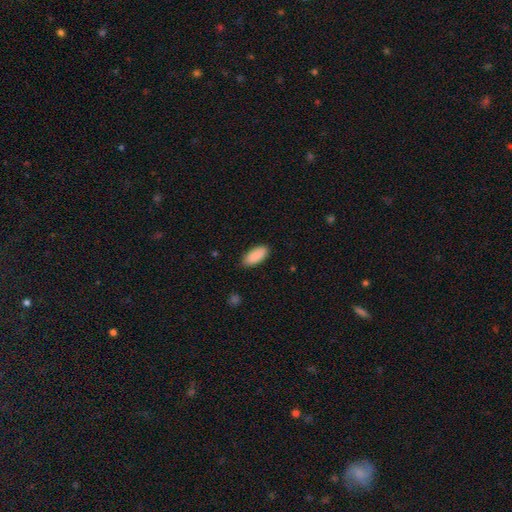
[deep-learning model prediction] smooth-or-featured: smooth: 91% | star or artifact: 6% | featured or disk: 4%
  how-rounded: in between: 90% | cigar-shaped: 8% | round: 2%
  merging: none: 87% | minor disturbance: 10% | major disturbance: 2% | merger: 1%